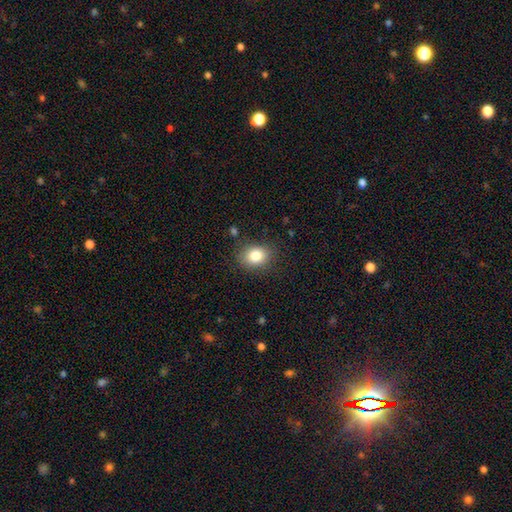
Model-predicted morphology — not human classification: Q: Smooth or featured?
A: smooth (83%); runner-up: star or artifact (10%)
Q: How rounded?
A: in between (55%); runner-up: round (44%)
Q: Merging?
A: none (82%); runner-up: minor disturbance (12%)